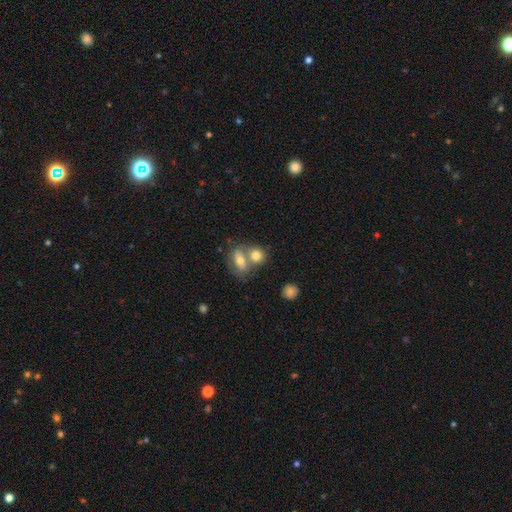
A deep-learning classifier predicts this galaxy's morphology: Smooth or featured? Predicted: smooth (p=0.74). How rounded? Predicted: in between (p=0.49). Merging? Predicted: merger (p=0.56).